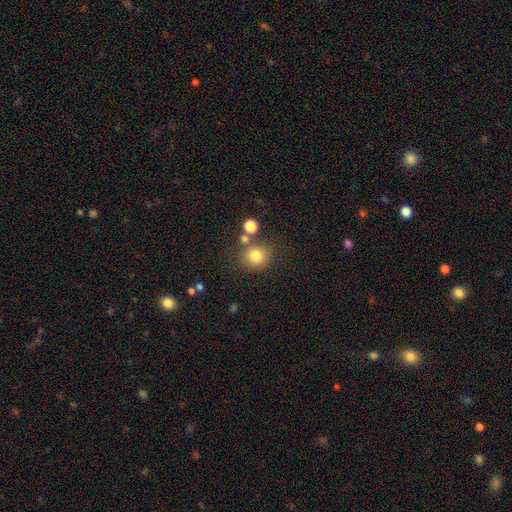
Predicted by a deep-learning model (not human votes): The model was most divided on "merging": none: 73%, merger: 12%, minor disturbance: 11%, major disturbance: 4%. More confident: how rounded — round (85%); smooth or featured — smooth (79%).